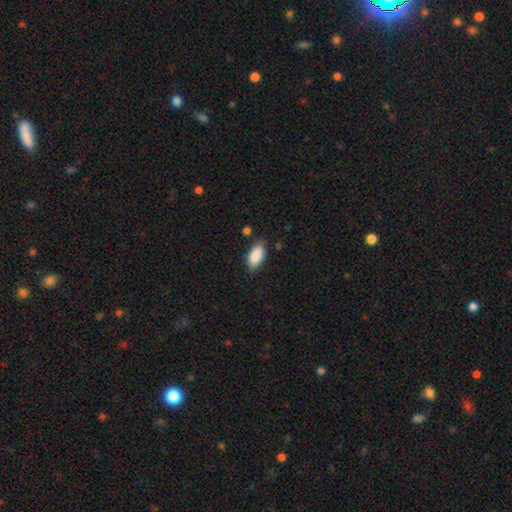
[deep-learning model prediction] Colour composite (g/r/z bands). It shows a smooth galaxy with no disk features (89%) that is in between round and cigar-shaped (93%). Merging: none (81%).